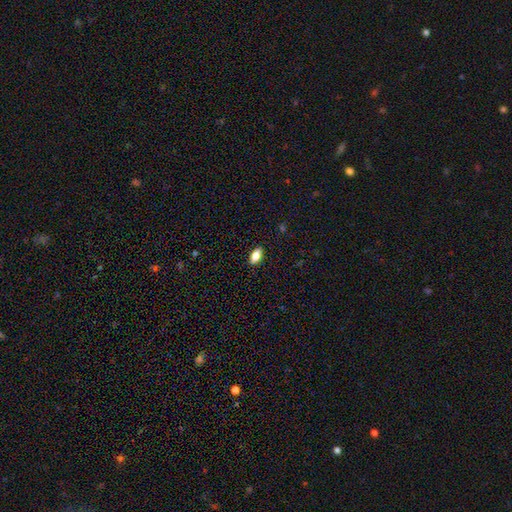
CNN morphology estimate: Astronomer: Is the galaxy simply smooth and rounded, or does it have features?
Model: smooth — 80%.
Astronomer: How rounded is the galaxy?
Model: in between — 88%.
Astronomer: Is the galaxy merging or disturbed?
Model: none — 89%.